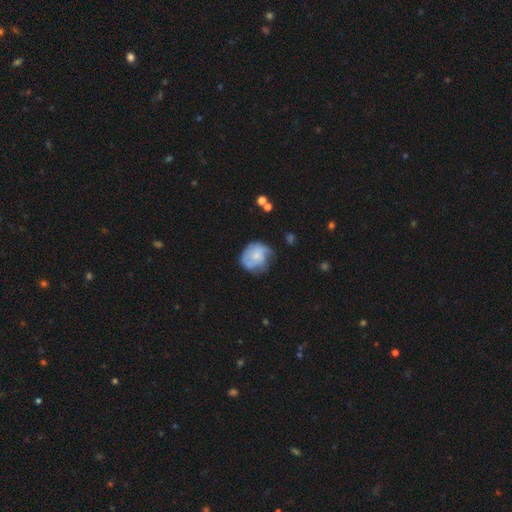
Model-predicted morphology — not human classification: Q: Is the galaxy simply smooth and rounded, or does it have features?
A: featured or disk — 48%.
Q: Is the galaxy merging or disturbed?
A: none — 48%.